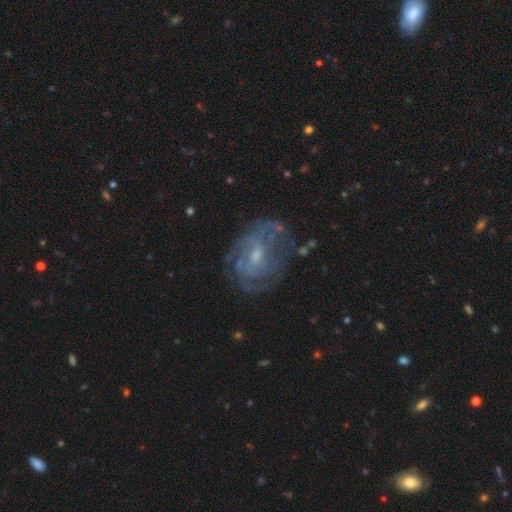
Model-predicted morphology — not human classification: Overall: featured or disk (74%). Edge-on disk: no (96%). Bar: weak (46%; no 45%). Spiral arms: yes (72%). Spiral arm count: can't tell (53%; 2 18%). Spiral winding: tight (49%; medium 36%). Bulge size: small (47%; moderate 42%). Merging: none (62%).